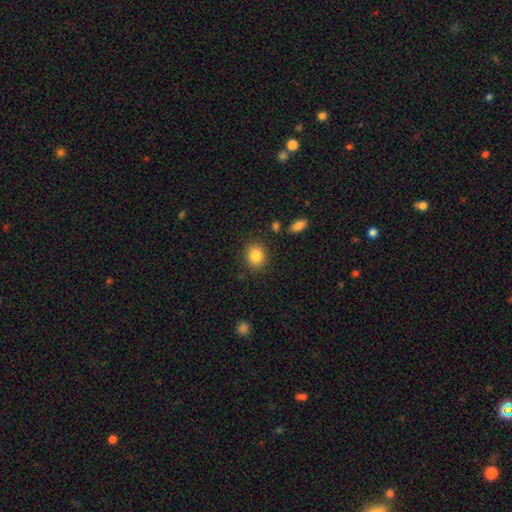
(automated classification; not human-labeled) Smooth or featured?
  - smooth: 85% *
  - star or artifact: 9%
  - featured or disk: 6%
How rounded?
  - round: 68% *
  - in between: 31%
  - cigar-shaped: 1%
Merging?
  - none: 86% *
  - minor disturbance: 9%
  - major disturbance: 3%
  - merger: 2%